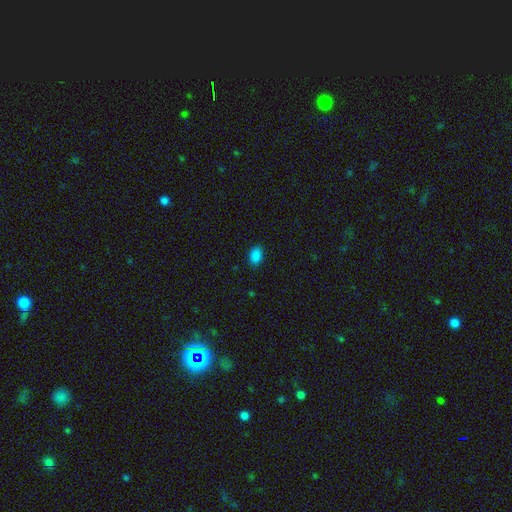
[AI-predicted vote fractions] Smooth or featured? Predicted: smooth (p=0.86). How rounded? Predicted: in between (p=0.84). Merging? Predicted: none (p=0.87).